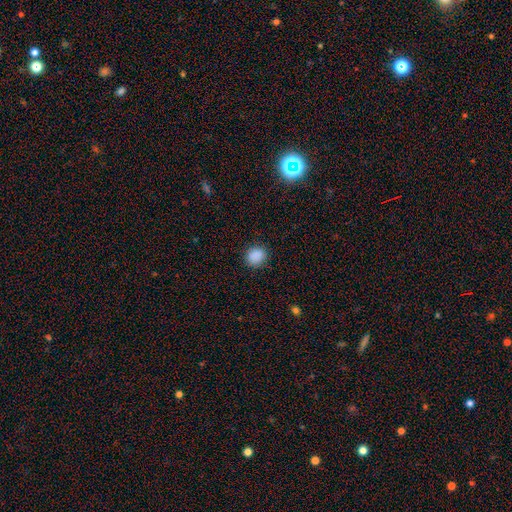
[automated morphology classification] A smooth galaxy with no disk features (88%) that is round (73%).

Vote fractions:
- Smooth or featured? smooth: 88% / star or artifact: 9% / featured or disk: 3%
- How rounded? round: 73% / in between: 26% / cigar-shaped: 1%
- Merging? none: 86% / minor disturbance: 10% / major disturbance: 3% / merger: 1%